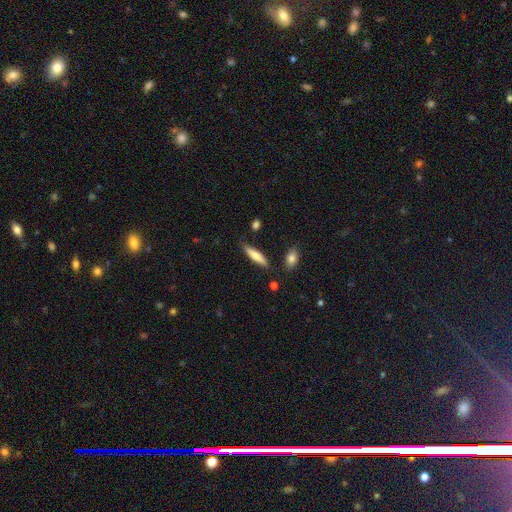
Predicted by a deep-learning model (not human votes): This appears to be a smooth galaxy with no disk features (70%) that is cigar-shaped (78%). Merging: none (81%).